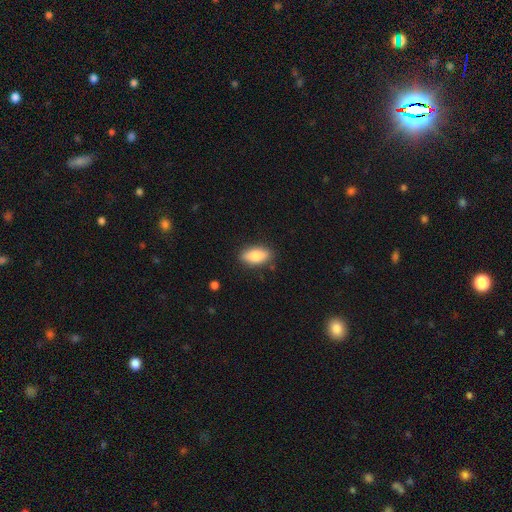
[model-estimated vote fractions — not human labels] Smooth or featured? smooth (81%)
How rounded? in between (86%)
Merging? none (85%)